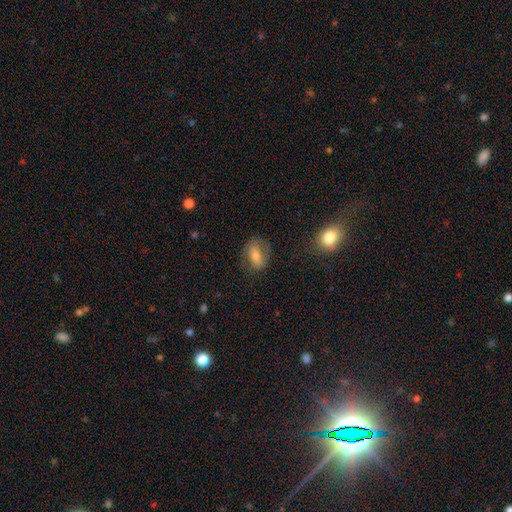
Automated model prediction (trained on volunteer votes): Smooth or featured? smooth (58%)
How rounded? in between (76%)
Merging? none (68%)